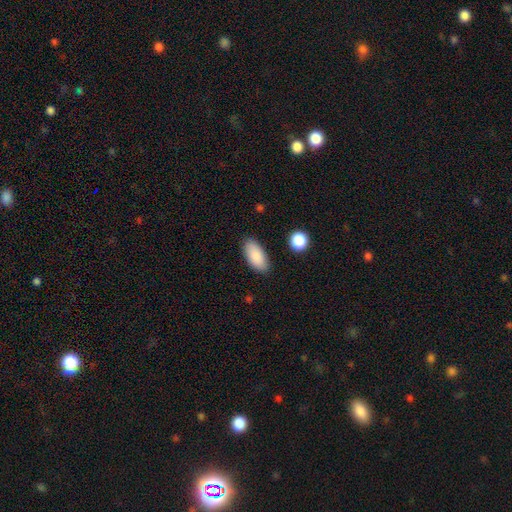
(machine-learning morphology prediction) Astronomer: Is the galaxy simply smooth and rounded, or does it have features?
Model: smooth — 89%.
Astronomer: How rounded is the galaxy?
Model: in between — 91%.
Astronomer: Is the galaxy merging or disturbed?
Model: none — 85%.